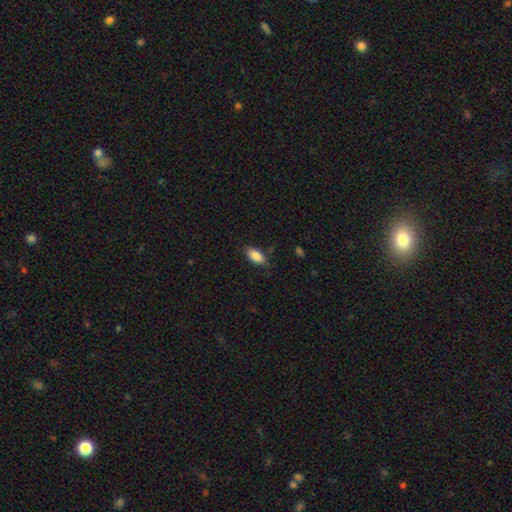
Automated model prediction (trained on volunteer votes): A smooth galaxy with no disk features (87%) that is in between round and cigar-shaped (91%). Merging: none (83%).